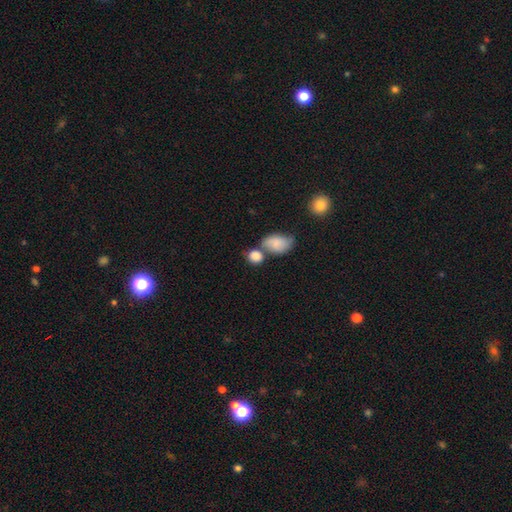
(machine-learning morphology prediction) The model was most divided on "how rounded": in between: 50%, round: 48%, cigar-shaped: 2%. Remaining: smooth or featured — smooth (85%); merging — none (43%).